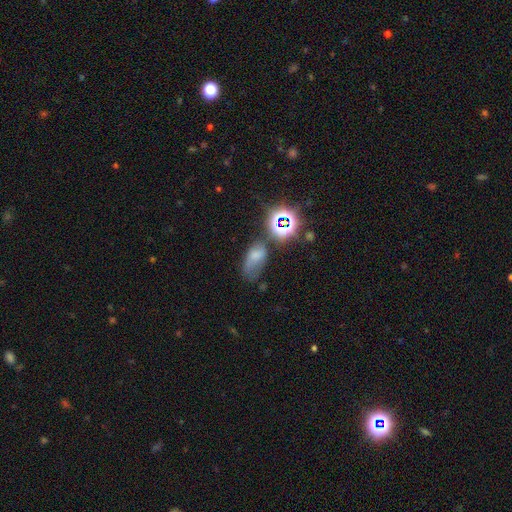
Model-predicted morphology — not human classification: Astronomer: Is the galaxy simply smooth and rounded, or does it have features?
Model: smooth — 56%.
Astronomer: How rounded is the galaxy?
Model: in between — 85%.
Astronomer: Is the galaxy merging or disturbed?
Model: none — 36% (runner-up: minor disturbance, 27%).